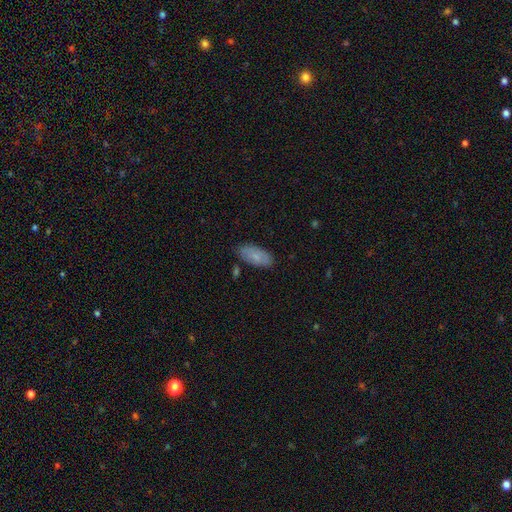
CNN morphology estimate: Smooth or featured: smooth — 78% (featured or disk — 16%)
How rounded: in between — 91% (cigar-shaped — 7%)
Merging: none — 81% (minor disturbance — 14%)